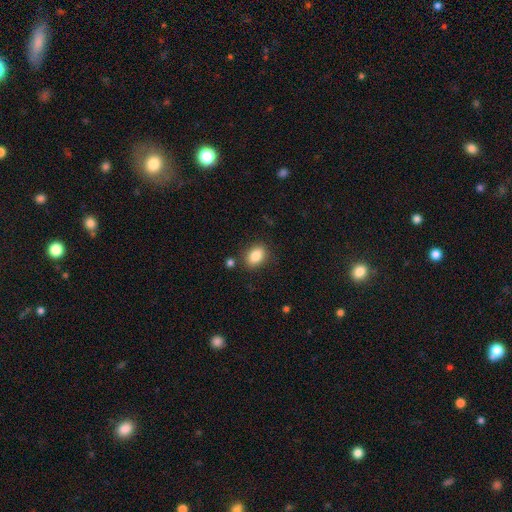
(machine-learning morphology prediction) smooth_or_featured: smooth (p=0.85) [alt: star or artifact p=0.08]
how_rounded: in between (p=0.77) [alt: round p=0.21]
merging: none (p=0.82) [alt: minor disturbance p=0.11]